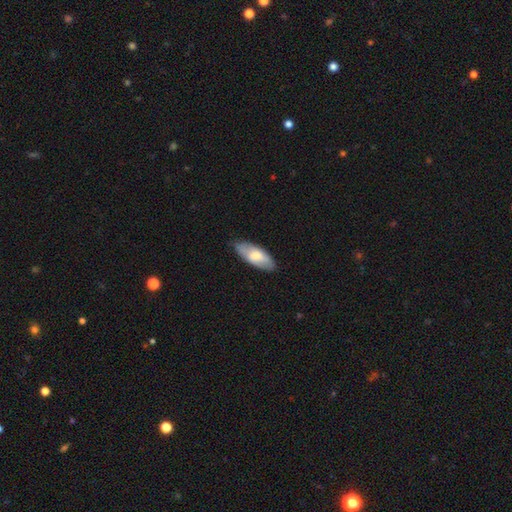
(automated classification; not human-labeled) Morphology: type=smooth (64%); roundness=in between (81%); merging=none (79%).